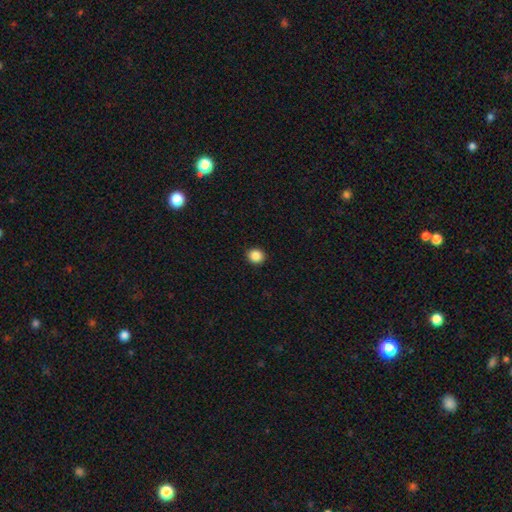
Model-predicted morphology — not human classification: This appears to be a smooth galaxy with no disk features (87%) that is round (86%). Merging: none (92%).